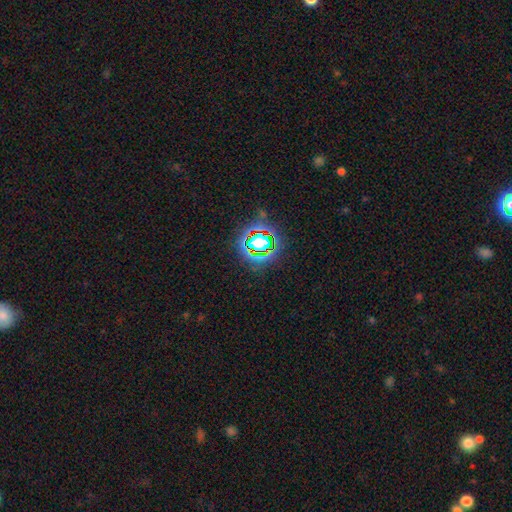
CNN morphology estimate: star or artifact 80%, smooth 13%, featured or disk 8%.